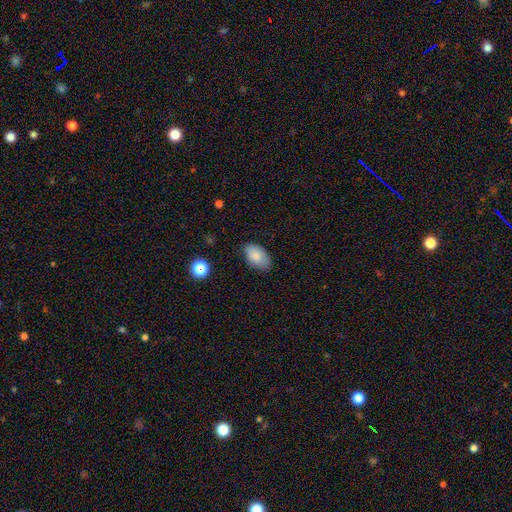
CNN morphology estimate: smooth 84%, featured or disk 8%, star or artifact 8%. Down the decision tree: how rounded — in between (92%); merging — none (81%).